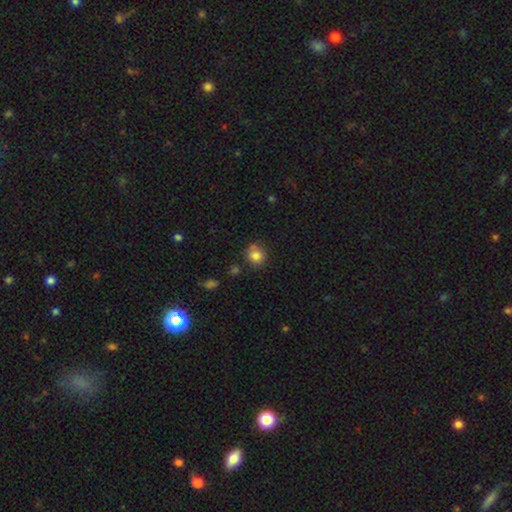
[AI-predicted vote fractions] Overall: smooth (82%). How rounded: round (81%). Merging: none (68%).